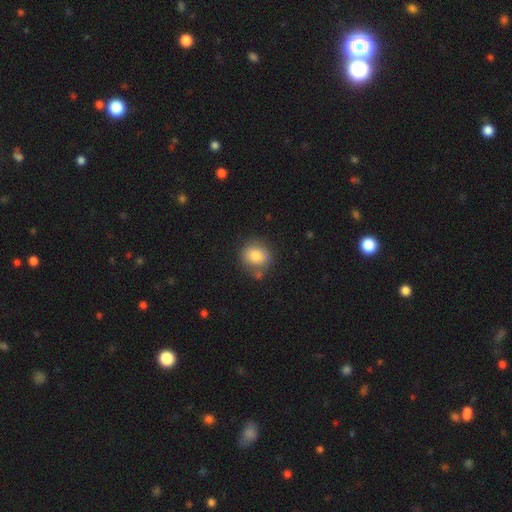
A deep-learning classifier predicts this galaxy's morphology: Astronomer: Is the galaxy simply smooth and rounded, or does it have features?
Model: smooth — 82%.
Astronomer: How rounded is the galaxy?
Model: round — 79%.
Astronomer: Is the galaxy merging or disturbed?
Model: none — 70%.